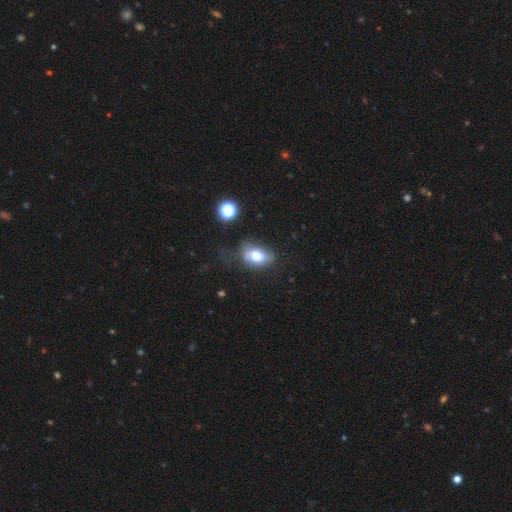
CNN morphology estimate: Smooth or featured?
  - smooth: 71% *
  - featured or disk: 19%
  - star or artifact: 11%
How rounded?
  - in between: 78% *
  - round: 20%
  - cigar-shaped: 2%
Merging?
  - none: 49% *
  - minor disturbance: 30%
  - major disturbance: 18%
  - merger: 3%